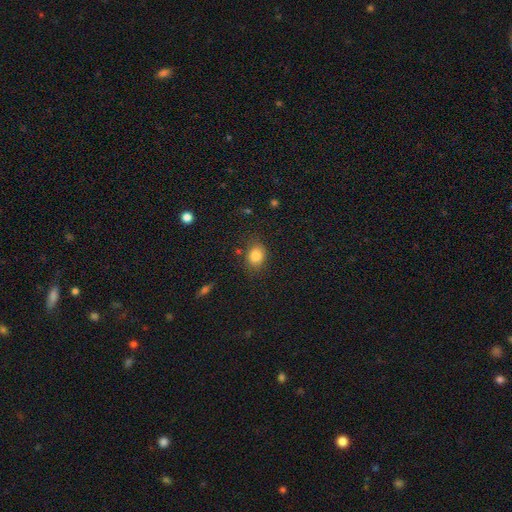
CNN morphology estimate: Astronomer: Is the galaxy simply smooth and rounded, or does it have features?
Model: smooth — 83%.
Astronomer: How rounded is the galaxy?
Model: round — 50% (runner-up: in between, 48%).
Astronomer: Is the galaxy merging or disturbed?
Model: none — 78%.